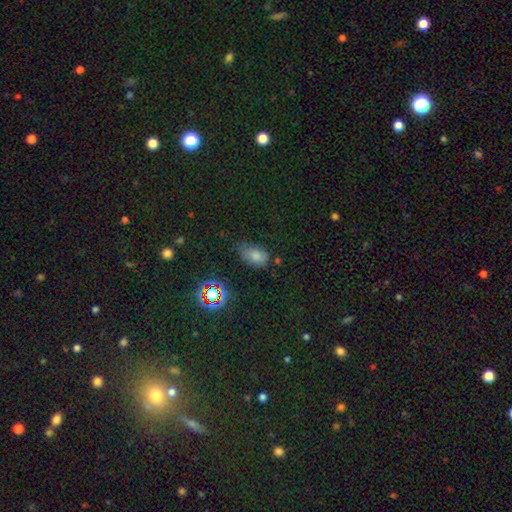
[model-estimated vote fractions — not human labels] Smooth or featured?
  - smooth: 72% *
  - star or artifact: 18%
  - featured or disk: 10%
How rounded?
  - in between: 88% *
  - round: 10%
  - cigar-shaped: 2%
Merging?
  - none: 50% *
  - minor disturbance: 35%
  - major disturbance: 11%
  - merger: 4%